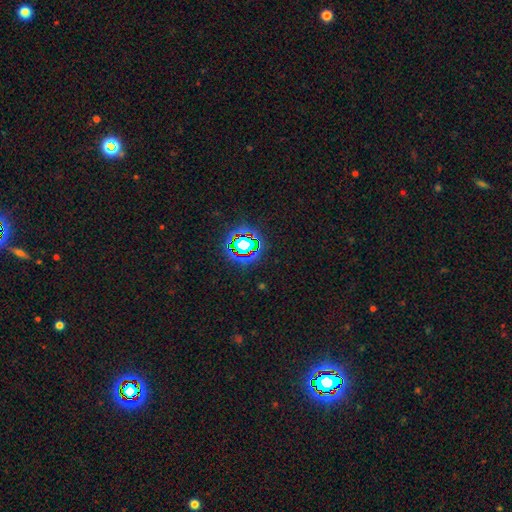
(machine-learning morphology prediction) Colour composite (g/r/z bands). It shows a star or artifact, not a galaxy (76%).